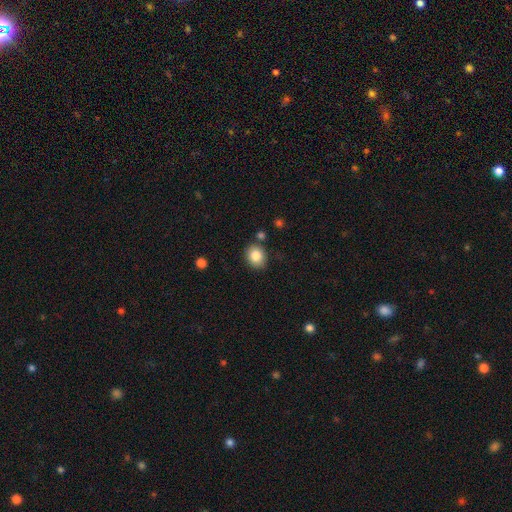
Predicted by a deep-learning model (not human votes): smooth_or_featured: smooth (p=0.84) [alt: star or artifact p=0.09]
how_rounded: round (p=0.60) [alt: in between p=0.40]
merging: none (p=0.82) [alt: minor disturbance p=0.11]